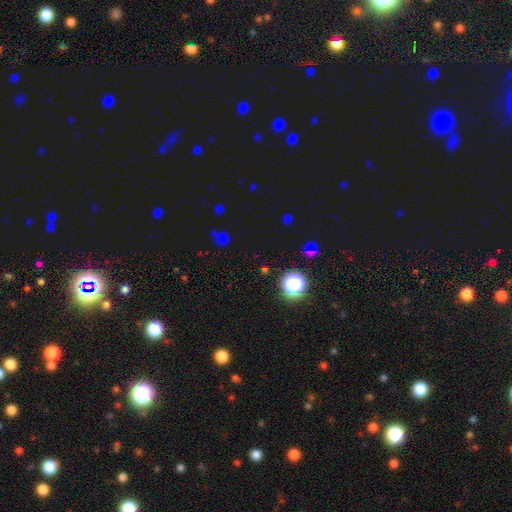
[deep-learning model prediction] Smooth or featured? Predicted: star or artifact (p=0.53).